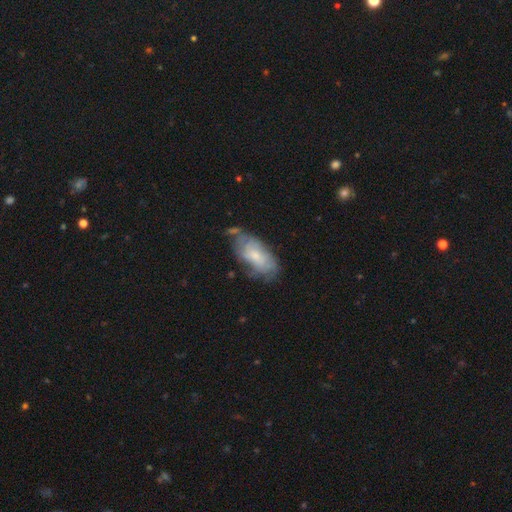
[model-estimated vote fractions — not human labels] Overall: smooth (50%; featured or disk 43%). Merging: none (46%; minor disturbance 32%).